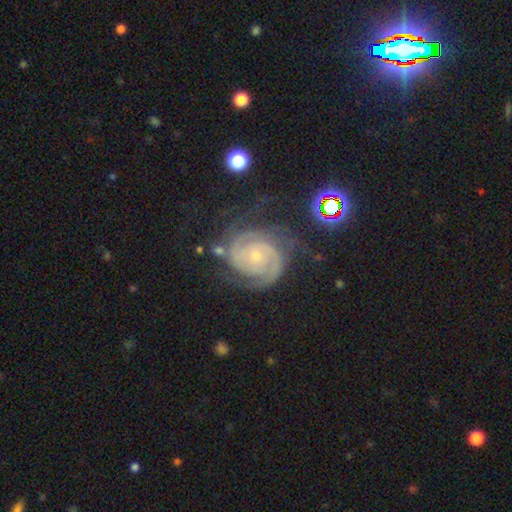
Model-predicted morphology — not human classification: featured or disk 90%, star or artifact 6%, smooth 4%. Down the decision tree: edge-on disk — no (98%); bar — no (71%); spiral arms — yes (98%); spiral arm count — 2 (62%); spiral winding — tight (70%); bulge size — small (76%); merging — none (67%).